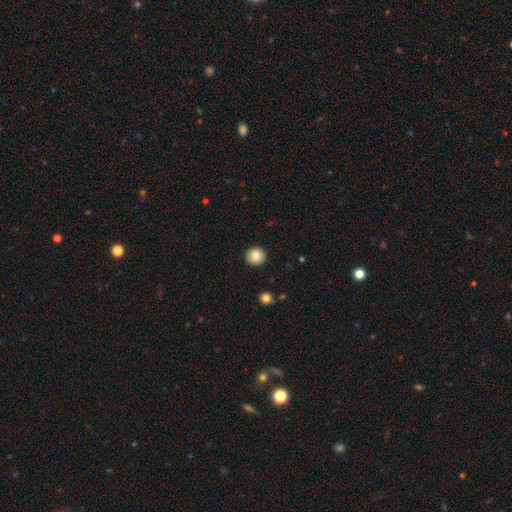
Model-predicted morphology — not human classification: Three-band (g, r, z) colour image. It shows a smooth galaxy with no disk features (83%) that is round (90%). Merging: none (92%).